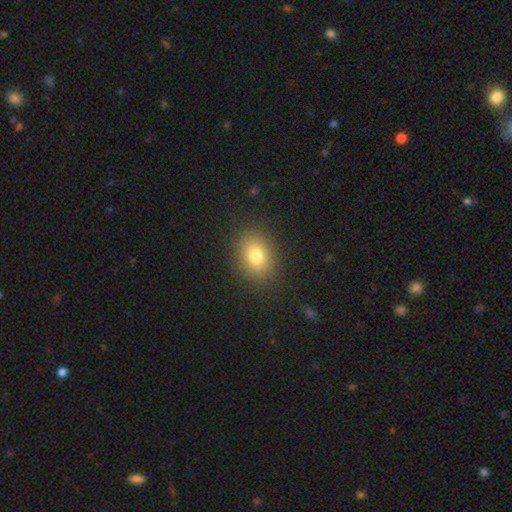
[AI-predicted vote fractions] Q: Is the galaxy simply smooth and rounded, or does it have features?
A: smooth — 79%.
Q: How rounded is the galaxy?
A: in between — 65%.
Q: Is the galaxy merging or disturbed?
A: none — 87%.